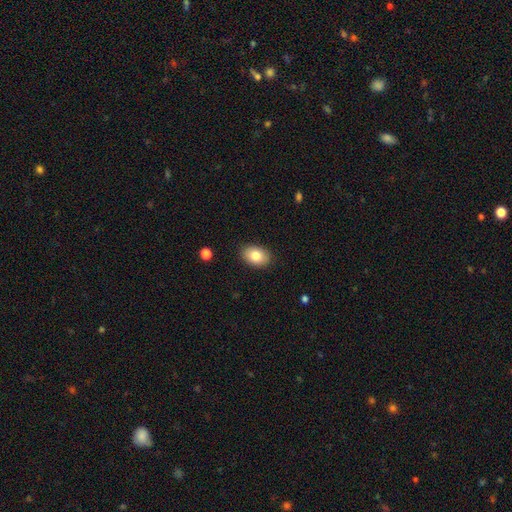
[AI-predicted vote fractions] Smooth or featured? Predicted: smooth (p=0.82). How rounded? Predicted: in between (p=0.85). Merging? Predicted: none (p=0.88).